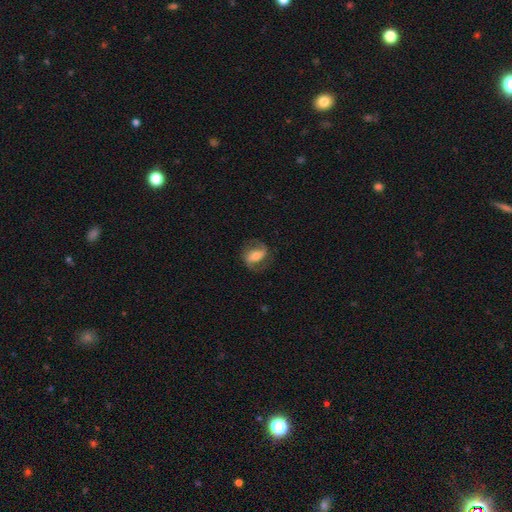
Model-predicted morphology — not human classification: Smooth or featured? Predicted: featured or disk (p=0.72). Edge-on disk? Predicted: no (p=0.96). Bar? Predicted: strong (p=0.44). Spiral arms? Predicted: yes (p=0.91). Spiral winding? Predicted: medium (p=0.49). Spiral arm count? Predicted: 2 (p=0.88). Bulge size? Predicted: moderate (p=0.53). Merging? Predicted: none (p=0.75).